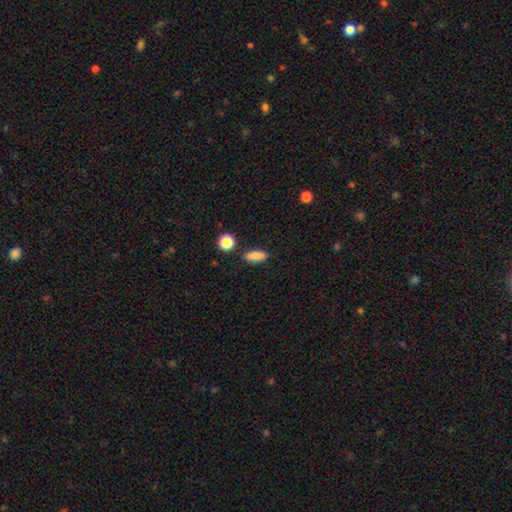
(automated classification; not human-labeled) A smooth galaxy with no disk features (85%) that is in between round and cigar-shaped (69%).

Vote fractions:
- Smooth or featured? smooth: 85% / star or artifact: 9% / featured or disk: 6%
- How rounded? in between: 69% / cigar-shaped: 25% / round: 6%
- Merging? none: 86% / minor disturbance: 9% / merger: 3% / major disturbance: 2%